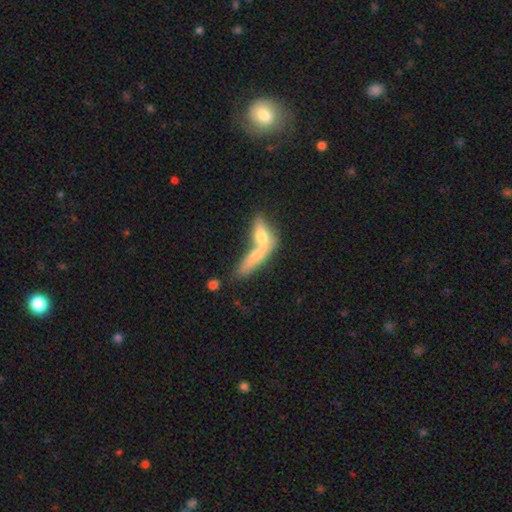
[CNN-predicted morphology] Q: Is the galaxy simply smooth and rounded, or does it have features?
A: smooth — 62%.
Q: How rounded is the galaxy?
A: cigar-shaped — 53%.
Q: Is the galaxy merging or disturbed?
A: merger — 64%.